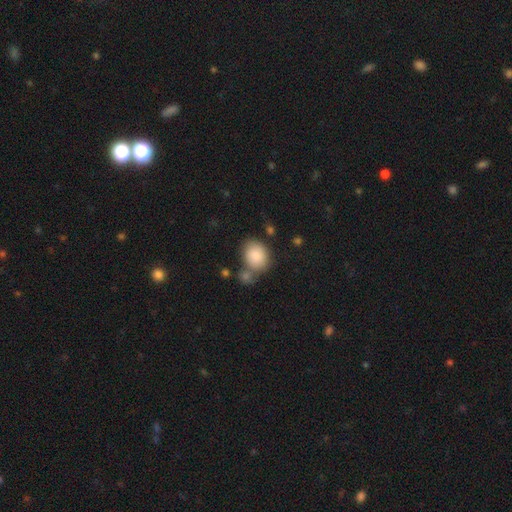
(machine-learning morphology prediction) A smooth galaxy with no disk features (86%) that is round (54%). Merging: none (52%).